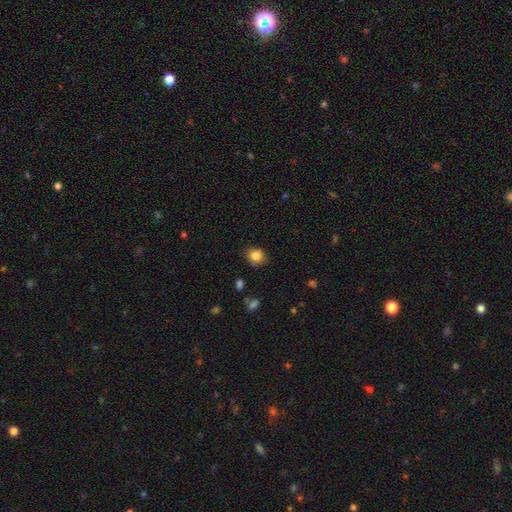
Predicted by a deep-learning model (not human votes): Morphology: type=smooth (83%); roundness=round (72%); merging=none (78%).